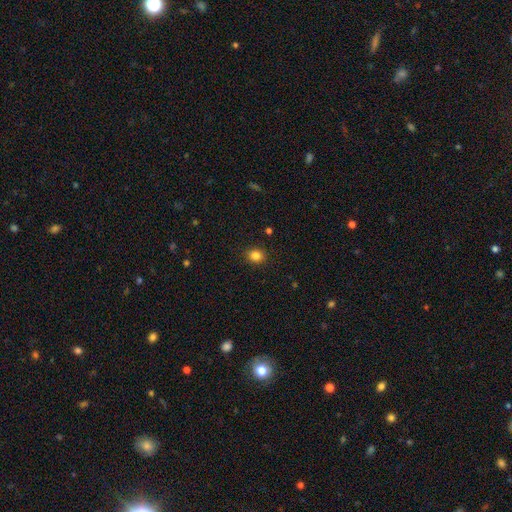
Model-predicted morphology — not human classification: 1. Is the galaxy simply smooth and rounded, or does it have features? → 84% smooth, 11% star or artifact, 5% featured or disk.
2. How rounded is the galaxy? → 65% round, 34% in between, 1% cigar-shaped.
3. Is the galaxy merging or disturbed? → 90% none, 7% minor disturbance, 2% major disturbance, 1% merger.